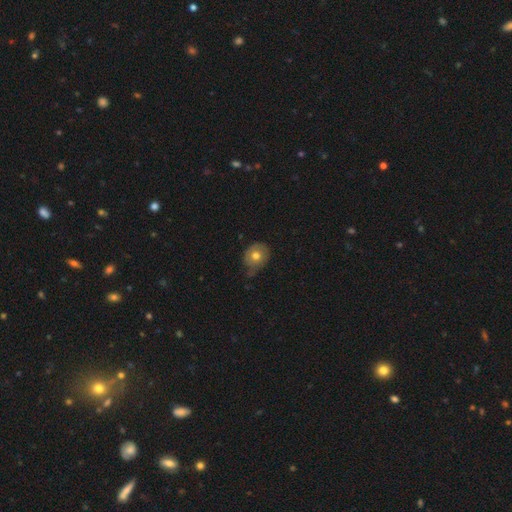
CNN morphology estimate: Q: Smooth or featured?
A: smooth (66%); runner-up: featured or disk (26%)
Q: How rounded?
A: round (64%); runner-up: in between (35%)
Q: Merging?
A: none (48%); runner-up: minor disturbance (39%)